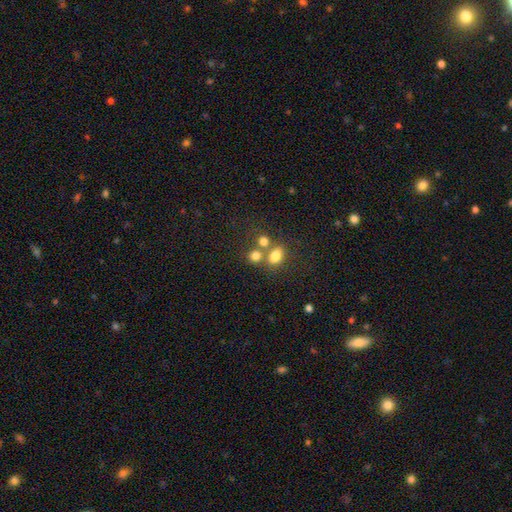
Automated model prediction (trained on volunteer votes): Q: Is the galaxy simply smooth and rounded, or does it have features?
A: smooth — 77%.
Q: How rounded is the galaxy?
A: round — 60%.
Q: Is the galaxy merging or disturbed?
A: none — 48%.